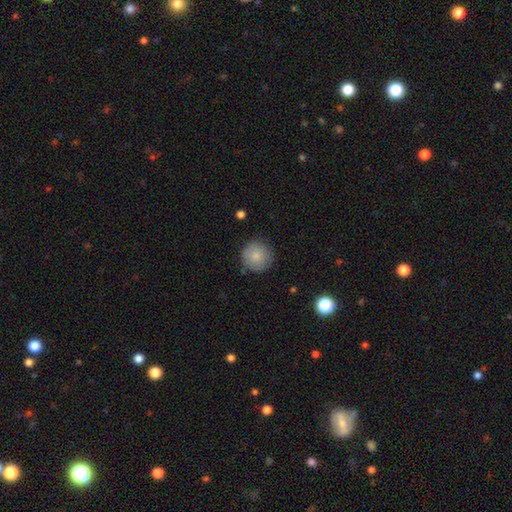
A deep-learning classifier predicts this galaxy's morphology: Overall: smooth (82%). How rounded: round (95%). Merging: none (84%).